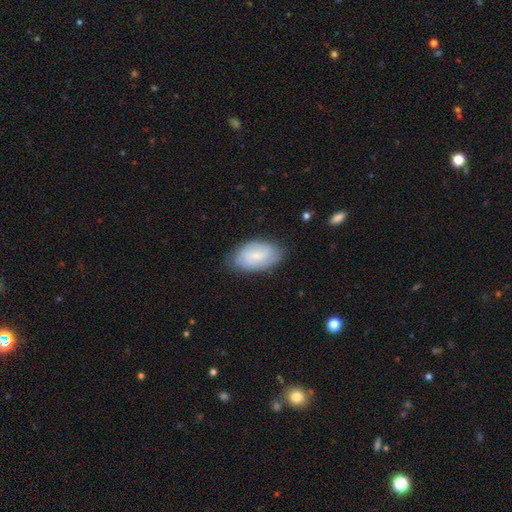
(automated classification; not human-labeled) Q: Smooth or featured?
A: smooth (56%); runner-up: featured or disk (38%)
Q: How rounded?
A: in between (93%); runner-up: round (4%)
Q: Merging?
A: none (77%); runner-up: minor disturbance (18%)